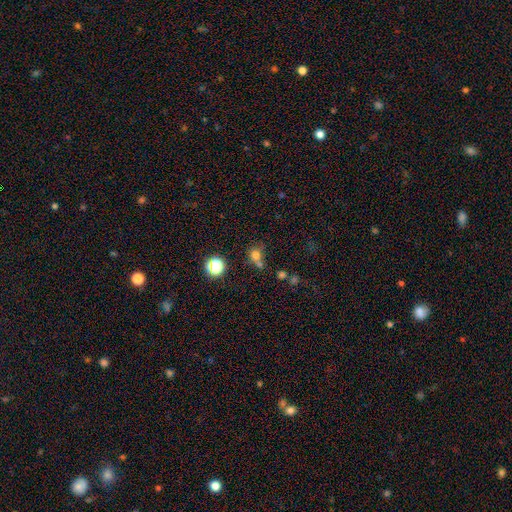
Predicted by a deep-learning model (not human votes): Smooth or featured: smooth — 70% (star or artifact — 20%)
How rounded: round — 79% (in between — 19%)
Merging: none — 49% (merger — 31%)